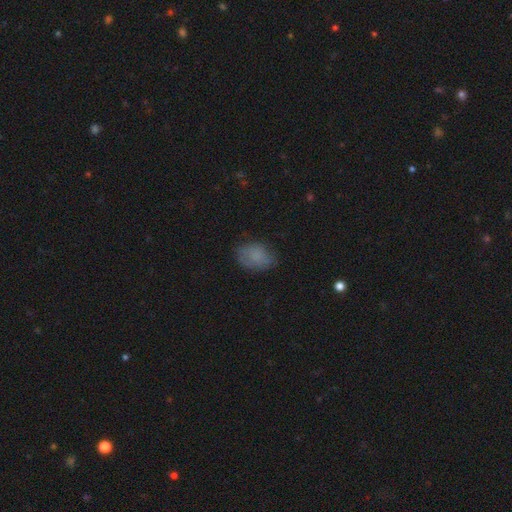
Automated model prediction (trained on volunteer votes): Smooth or featured?
  - smooth: 77% *
  - featured or disk: 13%
  - star or artifact: 10%
How rounded?
  - in between: 77% *
  - round: 22%
  - cigar-shaped: 1%
Merging?
  - none: 67% *
  - minor disturbance: 23%
  - major disturbance: 8%
  - merger: 1%